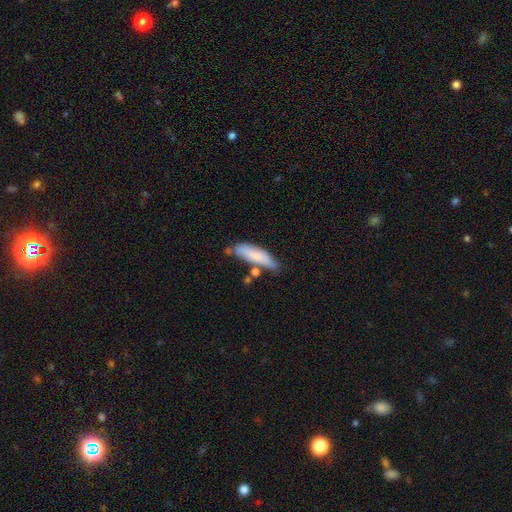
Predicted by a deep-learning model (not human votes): Smooth or featured? Predicted: smooth (p=0.75). How rounded? Predicted: cigar-shaped (p=0.57). Merging? Predicted: none (p=0.55).